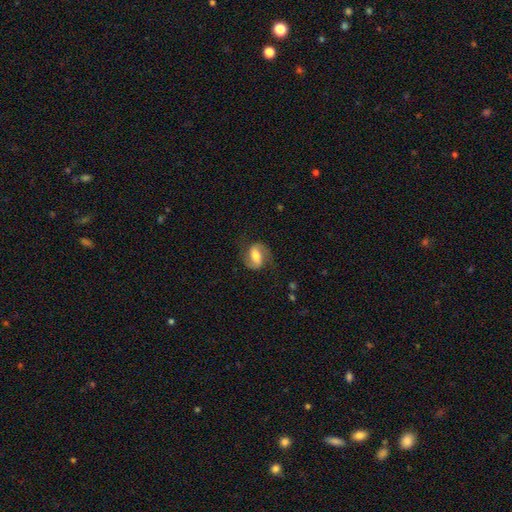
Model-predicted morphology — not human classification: Smooth or featured: featured or disk — 72% (smooth — 22%)
Edge-on disk: no — 97% (yes — 3%)
Bar: weak — 41% (strong — 37%)
Spiral arms: yes — 93% (no — 7%)
Spiral winding: medium — 47% (loose — 36%)
Spiral arm count: 2 — 90% (can't tell — 4%)
Bulge size: moderate — 59% (small — 19%)
Merging: none — 73% (minor disturbance — 16%)